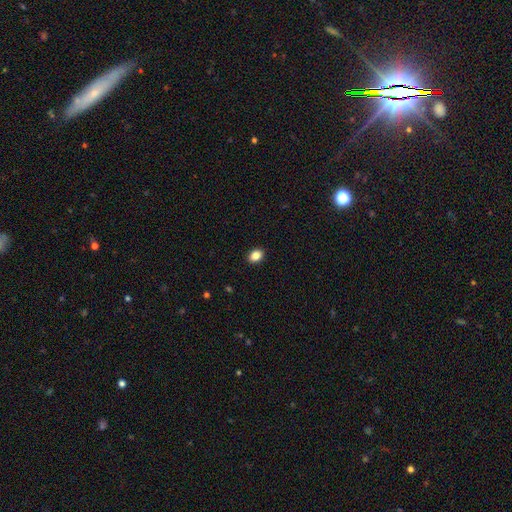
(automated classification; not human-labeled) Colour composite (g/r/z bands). It shows a smooth galaxy with no disk features (86%) that is in between round and cigar-shaped (67%). Merging: none (91%).